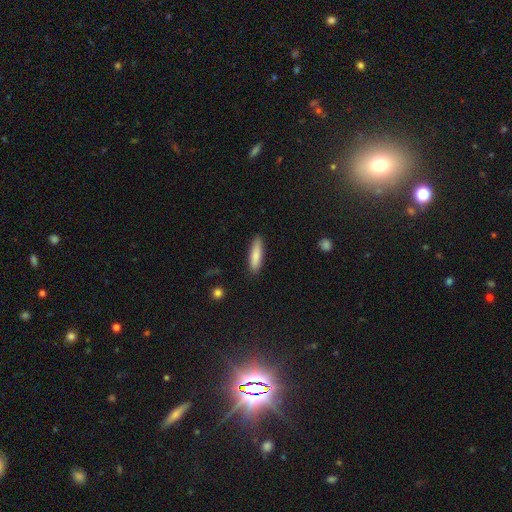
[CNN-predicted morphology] Smooth or featured? Predicted: smooth (p=0.84). How rounded? Predicted: cigar-shaped (p=0.71). Merging? Predicted: none (p=0.88).